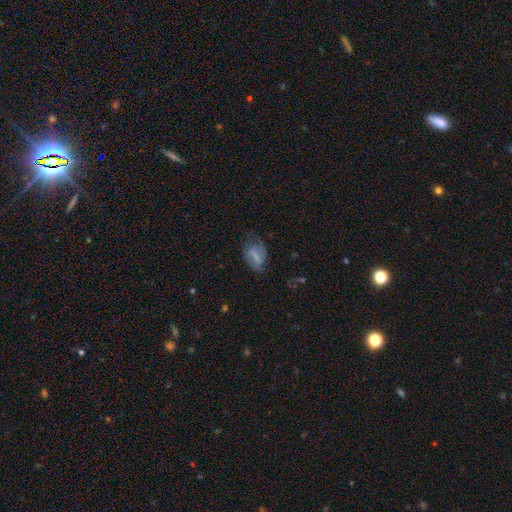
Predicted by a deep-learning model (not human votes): Morphology: type=smooth (55%); roundness=in between (83%); merging=none (47%).